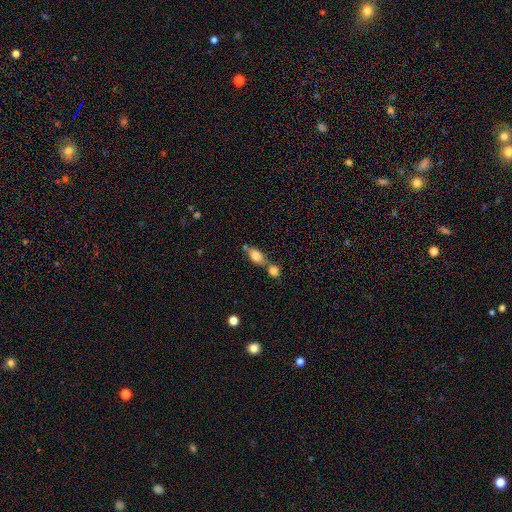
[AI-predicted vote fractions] This appears to be a smooth galaxy with no disk features (79%) that is in between round and cigar-shaped (82%). Merging: merger (43%).